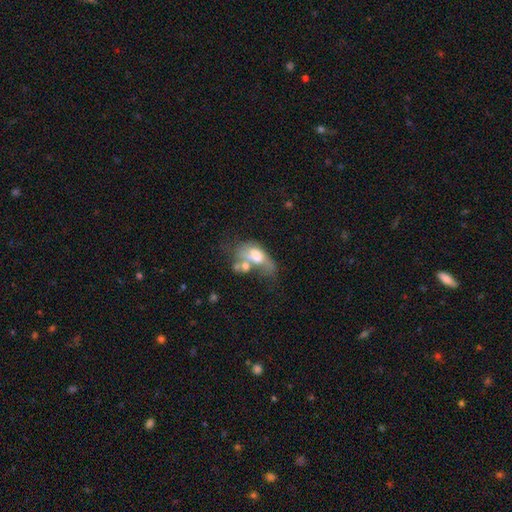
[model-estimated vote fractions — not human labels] Smooth or featured? smooth (47%)
Merging? merger (44%)